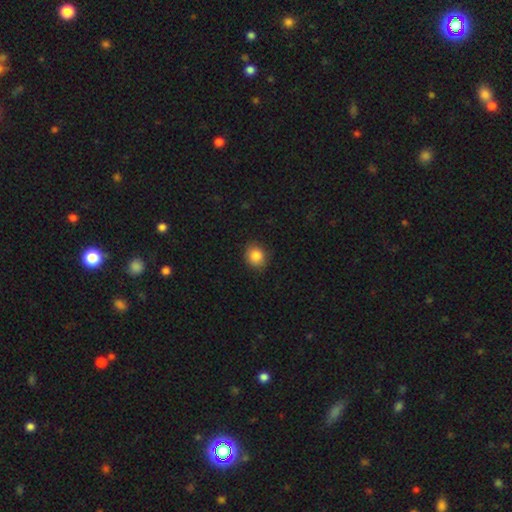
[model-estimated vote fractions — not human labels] smooth_or_featured: smooth (p=0.85) [alt: star or artifact p=0.10]
how_rounded: round (p=0.74) [alt: in between p=0.25]
merging: none (p=0.86) [alt: minor disturbance p=0.10]